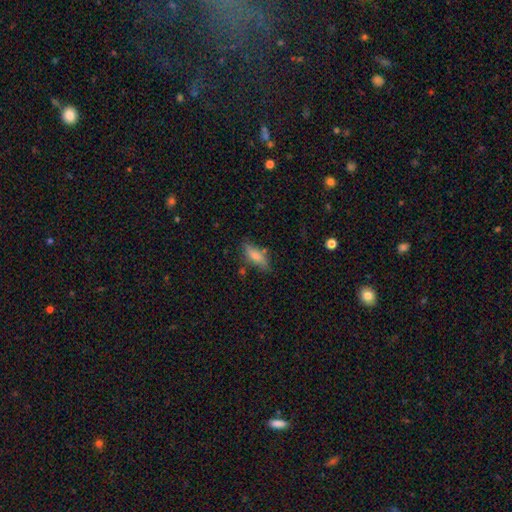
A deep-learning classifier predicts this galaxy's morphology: type=smooth (71%); roundness=in between (58%); merging=none (68%).